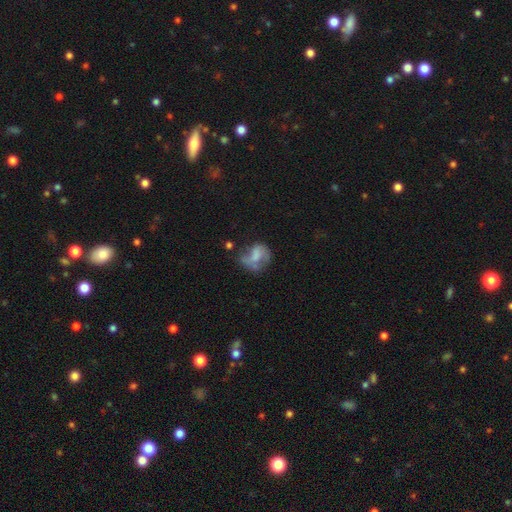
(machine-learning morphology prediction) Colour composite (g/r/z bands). It shows a smooth galaxy with no disk features (47%). Merging: major disturbance (34%).